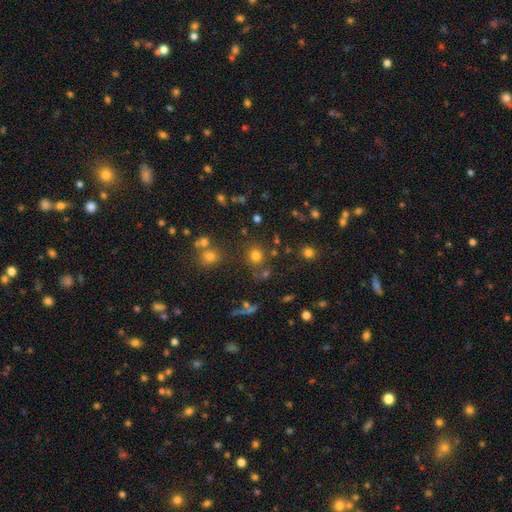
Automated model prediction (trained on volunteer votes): Smooth or featured?
  - smooth: 72% *
  - star or artifact: 20%
  - featured or disk: 8%
How rounded?
  - round: 83% *
  - in between: 16%
  - cigar-shaped: 1%
Merging?
  - none: 76% *
  - minor disturbance: 10%
  - merger: 10%
  - major disturbance: 5%